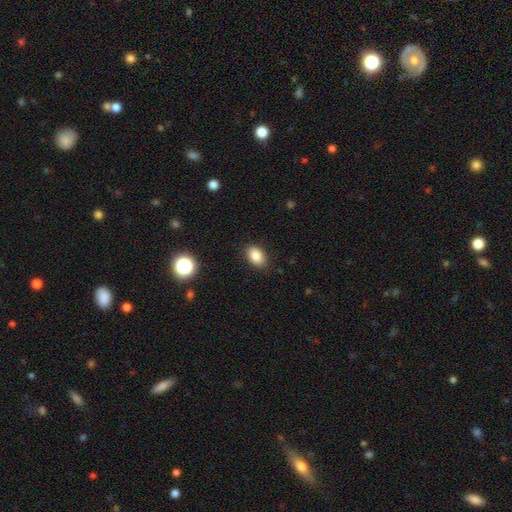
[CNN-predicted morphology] Smooth or featured? Predicted: smooth (p=0.84). How rounded? Predicted: in between (p=0.83). Merging? Predicted: none (p=0.85).